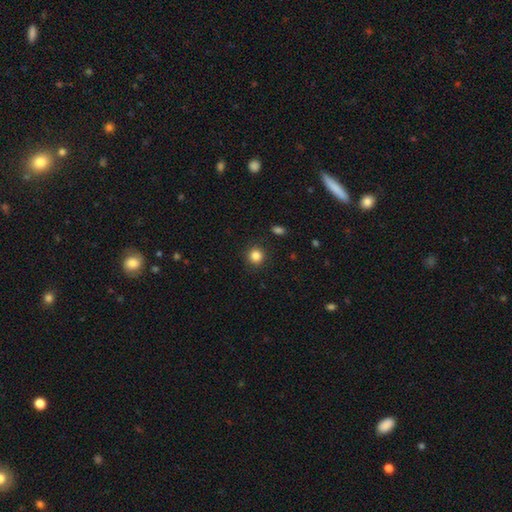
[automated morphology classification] smooth_or_featured: smooth (p=0.85) [alt: star or artifact p=0.11]
how_rounded: round (p=0.92) [alt: in between p=0.07]
merging: none (p=0.90) [alt: minor disturbance p=0.06]